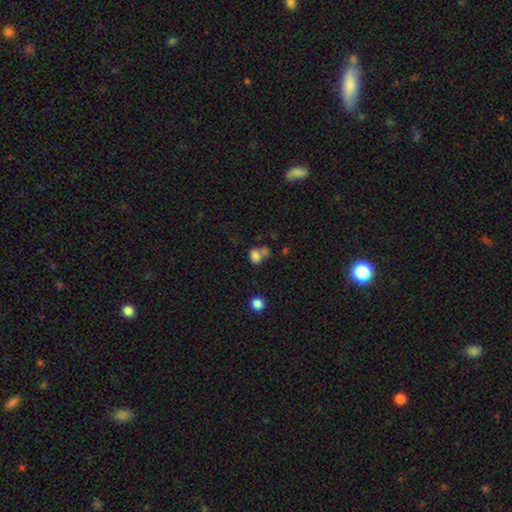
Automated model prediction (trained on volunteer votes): Morphology: type=smooth (79%); roundness=in between (50%); merging=merger (40%).